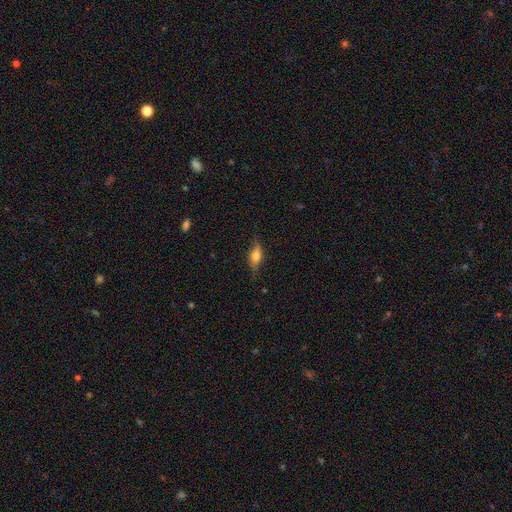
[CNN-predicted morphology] A smooth galaxy with no disk features (61%) that is in between round and cigar-shaped (70%). Merging: none (76%).